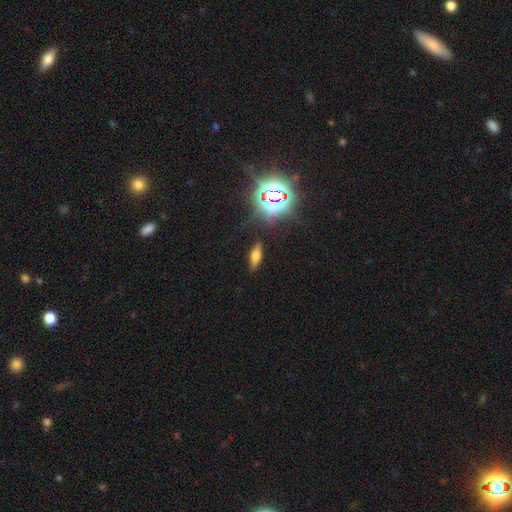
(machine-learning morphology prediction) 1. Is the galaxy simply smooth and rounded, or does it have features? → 55% smooth, 24% featured or disk, 21% star or artifact.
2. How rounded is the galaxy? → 58% in between, 37% cigar-shaped, 5% round.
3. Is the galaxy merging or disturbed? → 85% none, 10% minor disturbance, 3% major disturbance, 2% merger.